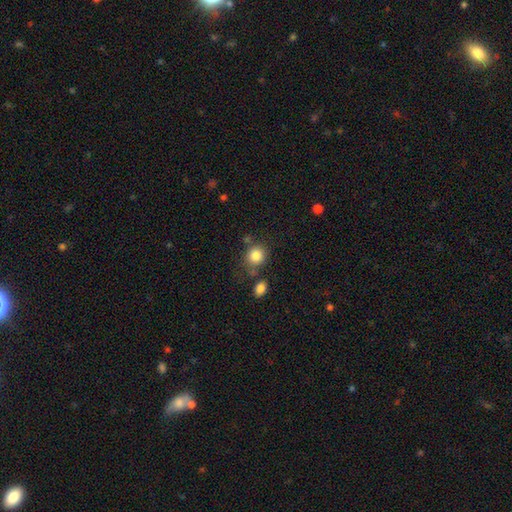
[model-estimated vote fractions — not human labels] A smooth galaxy with no disk features (84%) that is round (81%). Merging: none (70%).